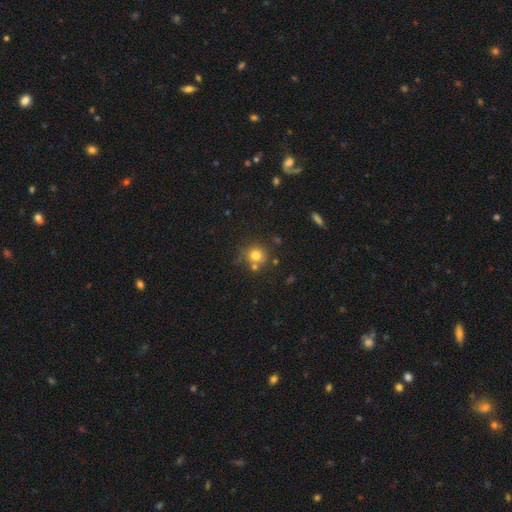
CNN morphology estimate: Smooth or featured? Predicted: smooth (p=0.77). How rounded? Predicted: round (p=0.87). Merging? Predicted: none (p=0.66).